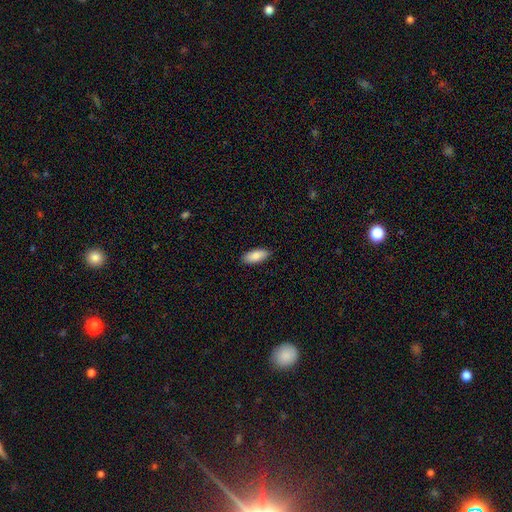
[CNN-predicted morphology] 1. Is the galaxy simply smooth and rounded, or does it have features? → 88% smooth, 7% featured or disk, 6% star or artifact.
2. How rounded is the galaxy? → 83% in between, 15% cigar-shaped, 2% round.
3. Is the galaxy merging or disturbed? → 88% none, 9% minor disturbance, 2% major disturbance, 1% merger.